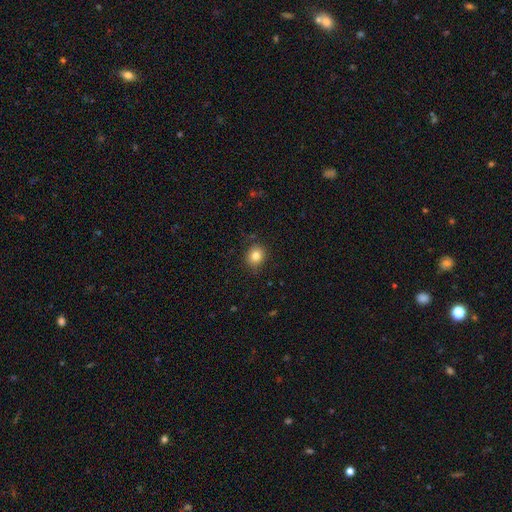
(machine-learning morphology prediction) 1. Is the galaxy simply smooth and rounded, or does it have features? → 82% smooth, 11% star or artifact, 7% featured or disk.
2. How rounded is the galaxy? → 72% round, 28% in between, 1% cigar-shaped.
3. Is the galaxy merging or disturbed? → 87% none, 9% minor disturbance, 2% major disturbance, 1% merger.